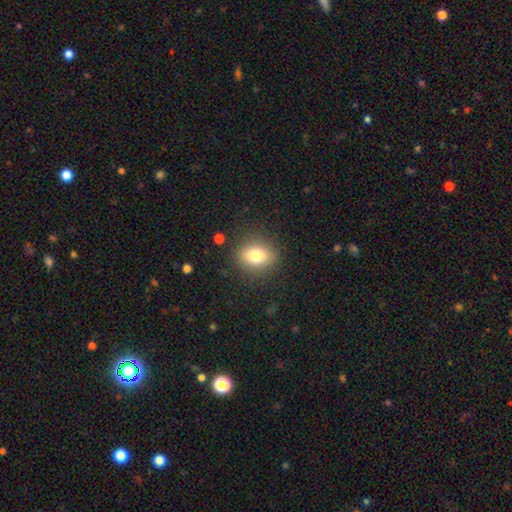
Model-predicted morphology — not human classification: This is likely a smooth galaxy (78%). How rounded: possibly round (51%). Merging: clearly none (86%).